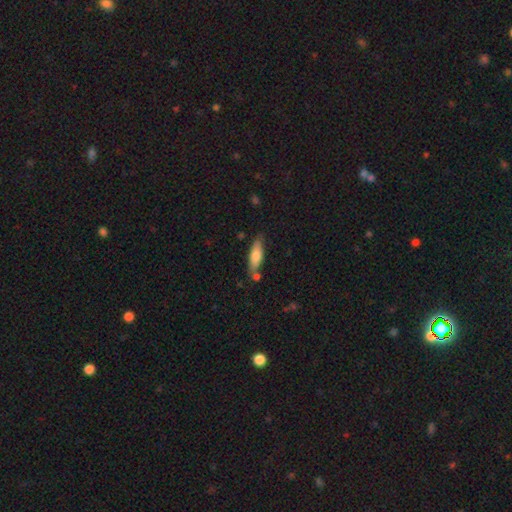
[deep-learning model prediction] A smooth galaxy with no disk features (68%) that is cigar-shaped (54%).

Vote fractions:
- Smooth or featured? smooth: 68% / featured or disk: 26% / star or artifact: 6%
- How rounded? cigar-shaped: 54% / in between: 44% / round: 2%
- Merging? none: 70% / minor disturbance: 16% / merger: 10% / major disturbance: 3%